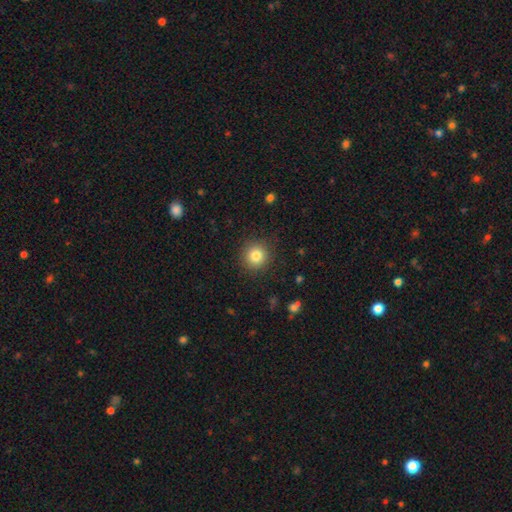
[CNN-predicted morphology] Smooth or featured? Predicted: smooth (p=0.83). How rounded? Predicted: round (p=0.94). Merging? Predicted: none (p=0.90).